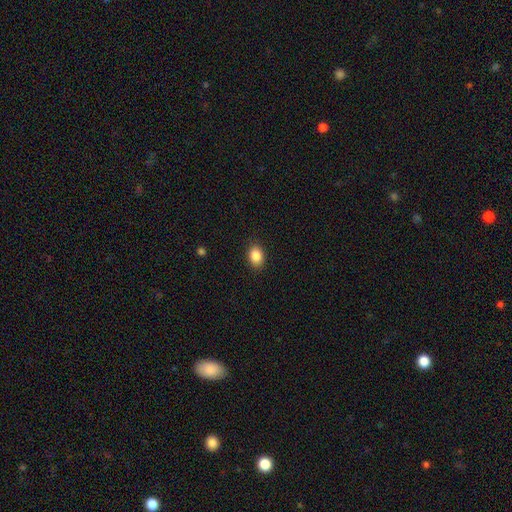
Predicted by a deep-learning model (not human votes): Overall: smooth (87%). How rounded: in between (73%). Merging: none (89%).